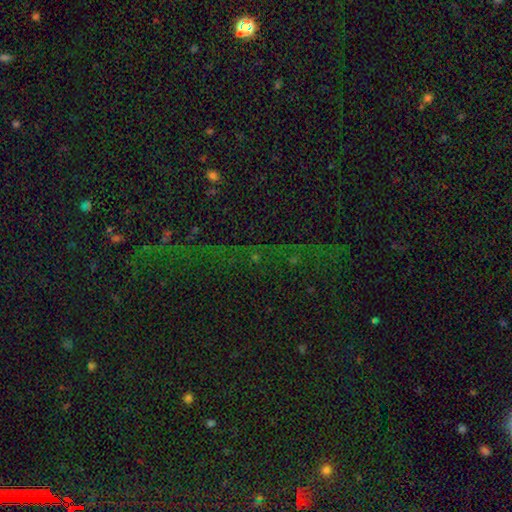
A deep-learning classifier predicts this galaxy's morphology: Q: Smooth or featured?
A: star or artifact (75%); runner-up: smooth (13%)